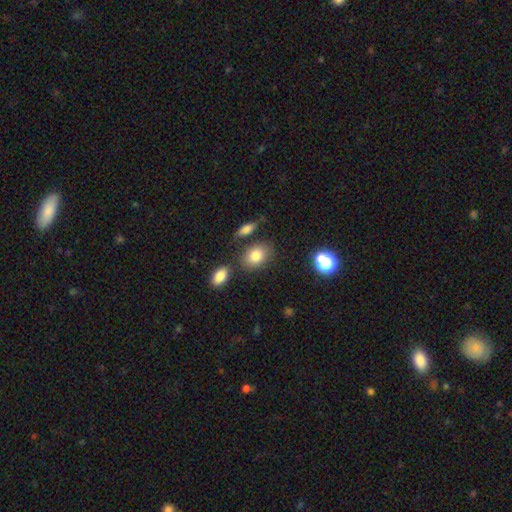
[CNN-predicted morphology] A smooth galaxy with no disk features (81%) that is in between round and cigar-shaped (73%).

Vote fractions:
- Smooth or featured? smooth: 81% / featured or disk: 10% / star or artifact: 10%
- How rounded? in between: 73% / round: 26% / cigar-shaped: 1%
- Merging? none: 73% / minor disturbance: 13% / merger: 10% / major disturbance: 4%